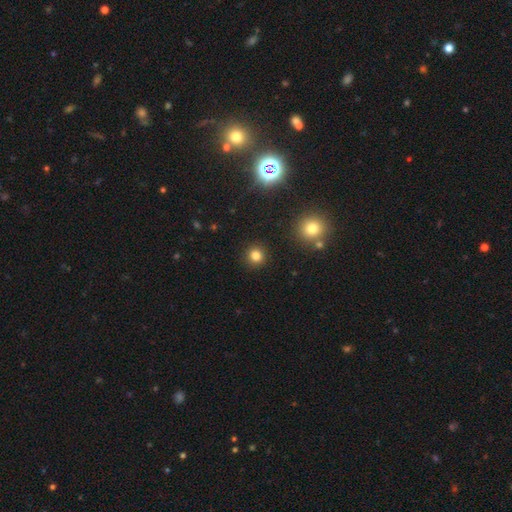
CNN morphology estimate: The model was most divided on "smooth or featured": smooth: 81%, star or artifact: 14%, featured or disk: 5%. More confident: how rounded — round (92%); merging — none (91%).